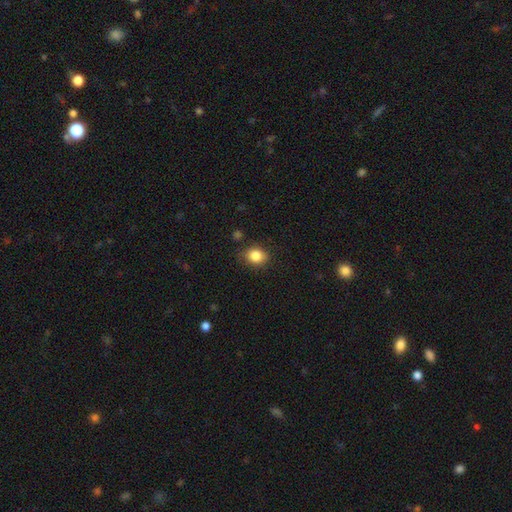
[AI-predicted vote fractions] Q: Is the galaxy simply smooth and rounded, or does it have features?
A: smooth — 84%.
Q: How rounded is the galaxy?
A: round — 53%.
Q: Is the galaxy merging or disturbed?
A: none — 81%.